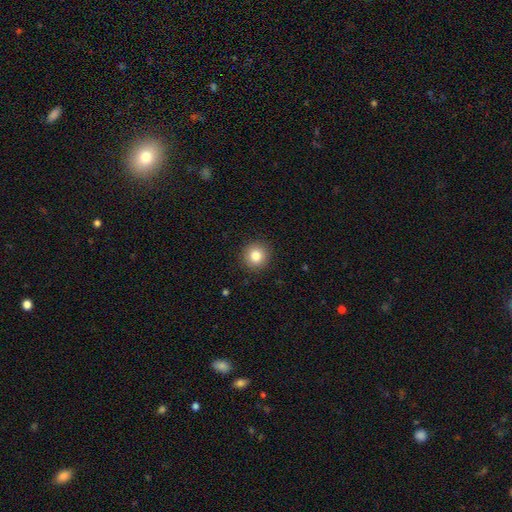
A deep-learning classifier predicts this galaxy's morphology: Smooth or featured: smooth — 84% (star or artifact — 10%)
How rounded: round — 93% (in between — 6%)
Merging: none — 91% (minor disturbance — 6%)